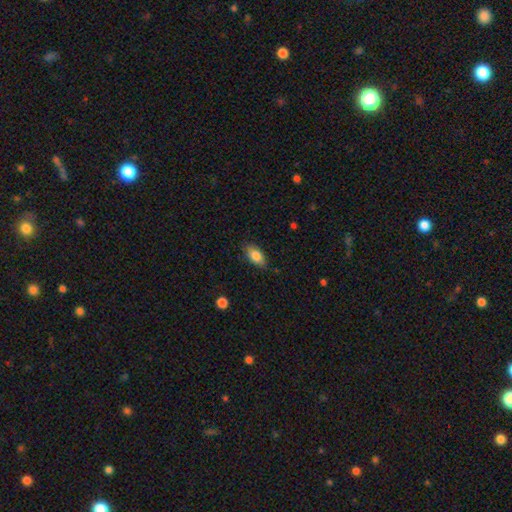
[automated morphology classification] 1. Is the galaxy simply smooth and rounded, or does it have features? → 83% smooth, 9% featured or disk, 7% star or artifact.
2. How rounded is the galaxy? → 90% in between, 5% round, 5% cigar-shaped.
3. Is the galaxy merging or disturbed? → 81% none, 15% minor disturbance, 3% major disturbance, 1% merger.